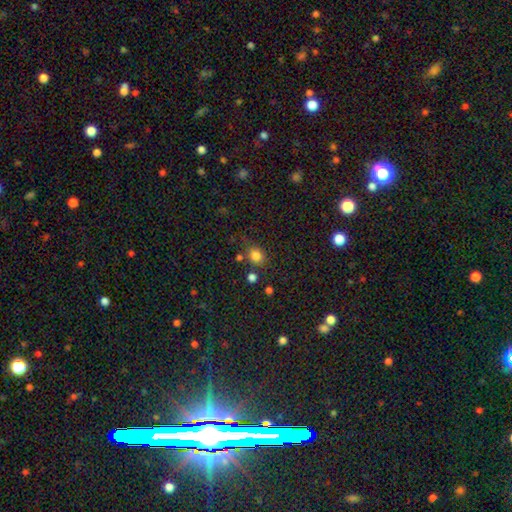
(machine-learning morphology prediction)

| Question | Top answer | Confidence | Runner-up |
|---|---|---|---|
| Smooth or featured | smooth | 81% | star or artifact (13%) |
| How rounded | round | 68% | in between (31%) |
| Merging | none | 70% | minor disturbance (16%) |